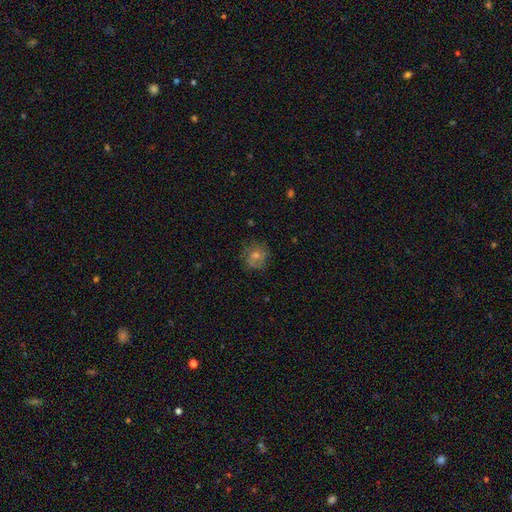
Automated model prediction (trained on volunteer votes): Smooth or featured: smooth — 43% (featured or disk — 39%)
Merging: none — 77% (minor disturbance — 15%)